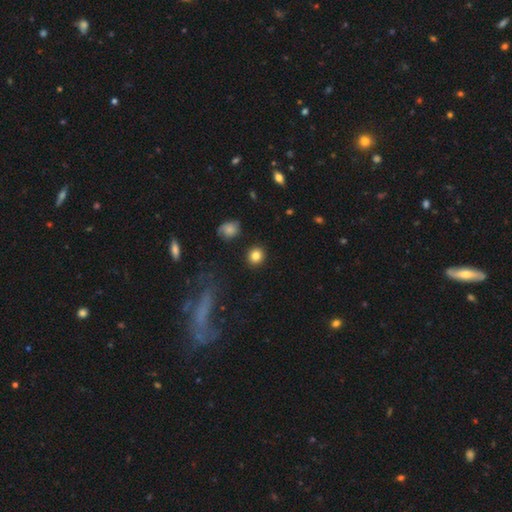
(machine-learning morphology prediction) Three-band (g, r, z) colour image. It shows a smooth galaxy with no disk features (84%) that is round (87%). Merging: none (90%).